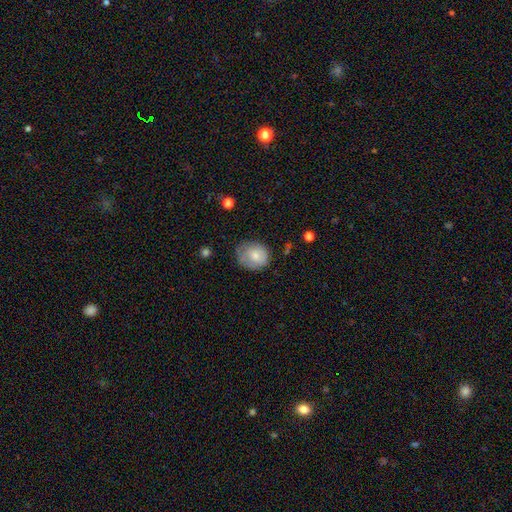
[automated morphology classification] The model was most divided on "merging": none: 55%, minor disturbance: 32%, major disturbance: 11%, merger: 2%. More confident: smooth or featured — smooth (73%); how rounded — round (64%).